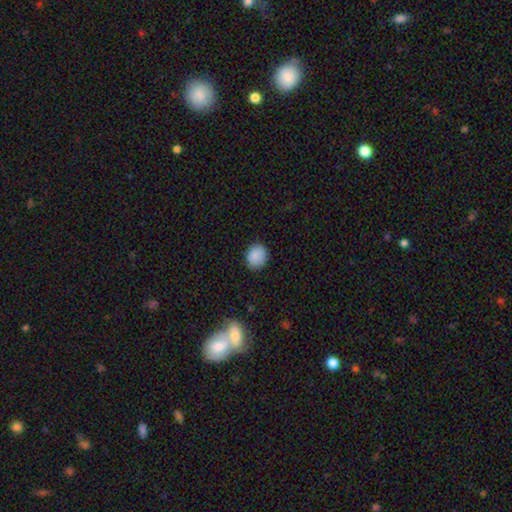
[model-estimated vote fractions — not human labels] Smooth or featured: smooth — 88% (star or artifact — 9%)
How rounded: round — 67% (in between — 32%)
Merging: none — 85% (minor disturbance — 11%)